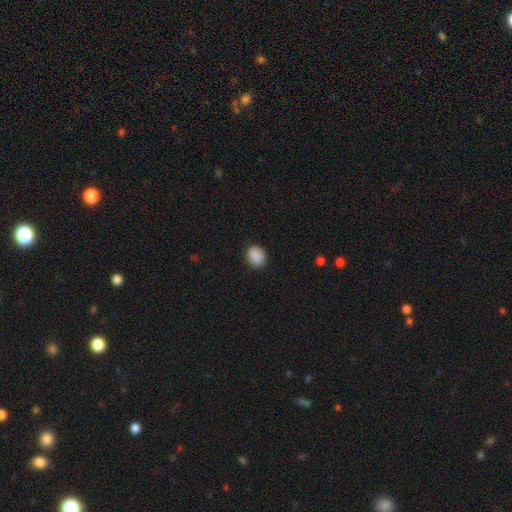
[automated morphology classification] Smooth or featured: smooth — 89% (star or artifact — 8%)
How rounded: in between — 61% (round — 38%)
Merging: none — 87% (minor disturbance — 10%)